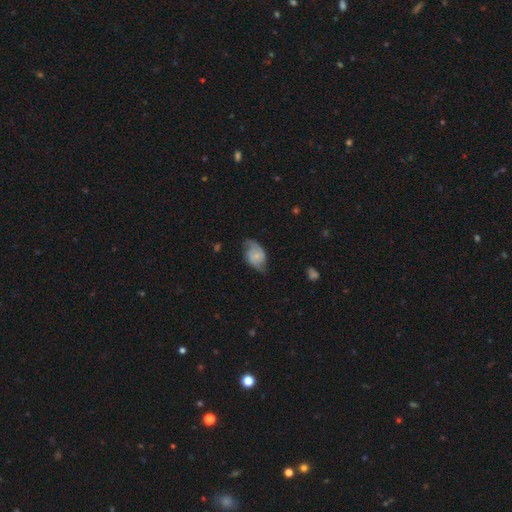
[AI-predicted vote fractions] smooth-or-featured: featured or disk: 54% | smooth: 38% | star or artifact: 7%
  disk-edge-on: no: 96% | yes: 4%
    bar: no: 65% | weak: 29% | strong: 6%
    has-spiral-arms: yes: 86% | no: 14%
    bulge-size: small: 64% | moderate: 20% | none: 13% | large: 2% | dominant: 1%
  merging: none: 57% | minor disturbance: 30% | major disturbance: 12% | merger: 2%